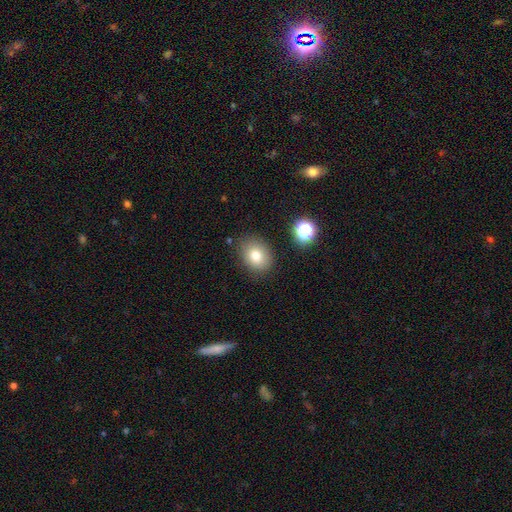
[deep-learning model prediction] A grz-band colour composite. It shows a smooth galaxy with no disk features (79%) that is in between round and cigar-shaped (52%). Merging: none (83%).